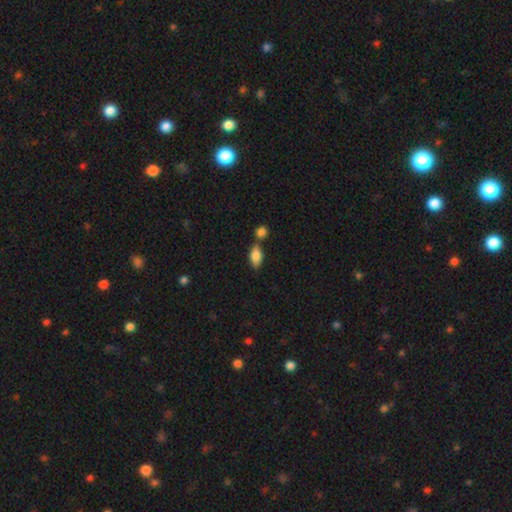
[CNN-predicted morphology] Q: Smooth or featured?
A: smooth (83%); runner-up: featured or disk (9%)
Q: How rounded?
A: in between (89%); runner-up: round (6%)
Q: Merging?
A: none (56%); runner-up: merger (27%)